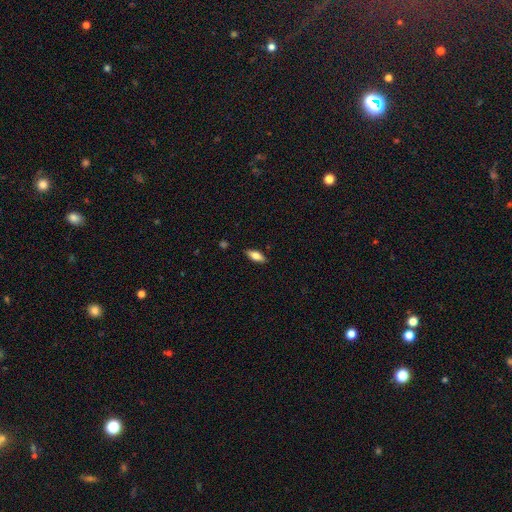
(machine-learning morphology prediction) This is likely a smooth galaxy (70%). How rounded: likely in between (75%). Merging: clearly none (87%).